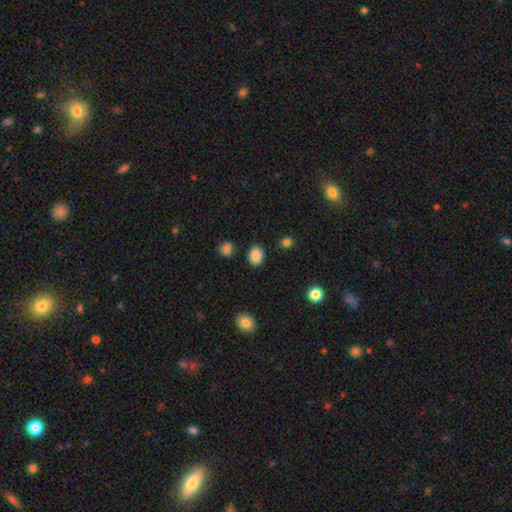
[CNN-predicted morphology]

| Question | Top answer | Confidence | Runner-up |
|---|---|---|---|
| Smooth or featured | smooth | 87% | star or artifact (9%) |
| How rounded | in between | 60% | round (39%) |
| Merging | none | 86% | minor disturbance (9%) |